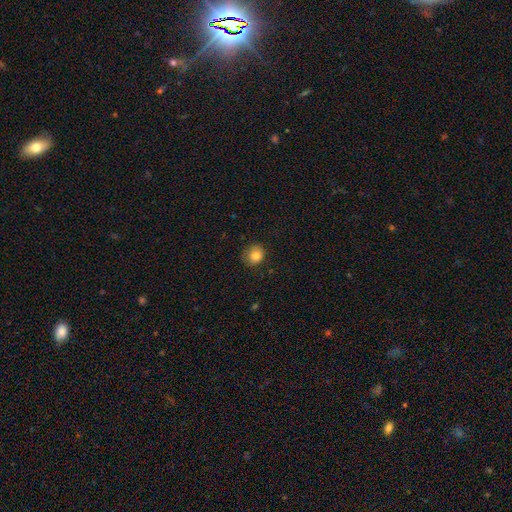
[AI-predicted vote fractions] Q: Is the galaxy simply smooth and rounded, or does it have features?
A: smooth — 82%.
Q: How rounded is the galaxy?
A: round — 79%.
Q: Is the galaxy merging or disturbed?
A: none — 81%.